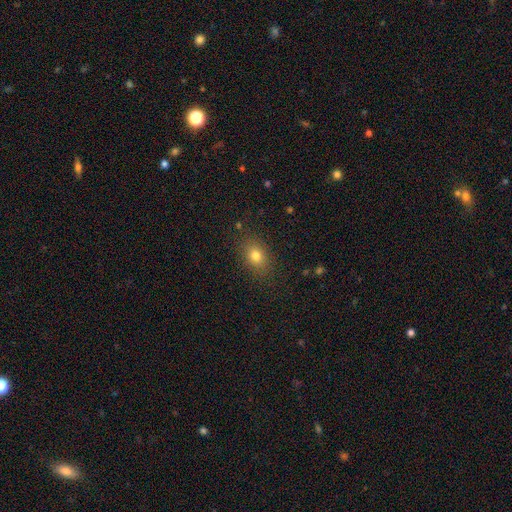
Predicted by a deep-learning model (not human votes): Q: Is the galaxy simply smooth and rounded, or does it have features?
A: smooth — 77%.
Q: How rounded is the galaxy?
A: in between — 71%.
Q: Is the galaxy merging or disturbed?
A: none — 85%.